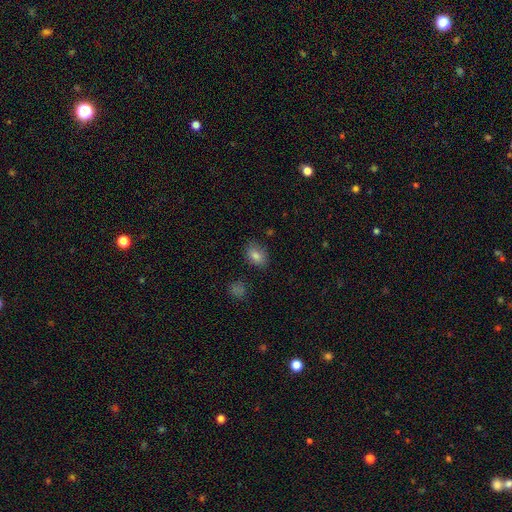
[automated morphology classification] smooth-or-featured: smooth: 81% | star or artifact: 10% | featured or disk: 8%
  how-rounded: in between: 79% | round: 20% | cigar-shaped: 2%
  merging: none: 81% | minor disturbance: 14% | major disturbance: 3% | merger: 2%